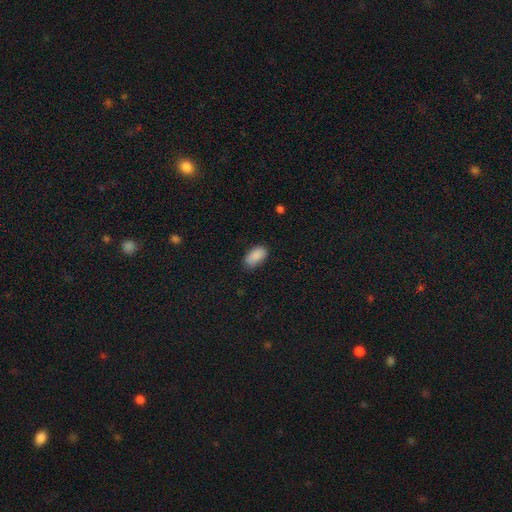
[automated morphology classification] Overall: smooth (89%). How rounded: in between (94%). Merging: none (80%).